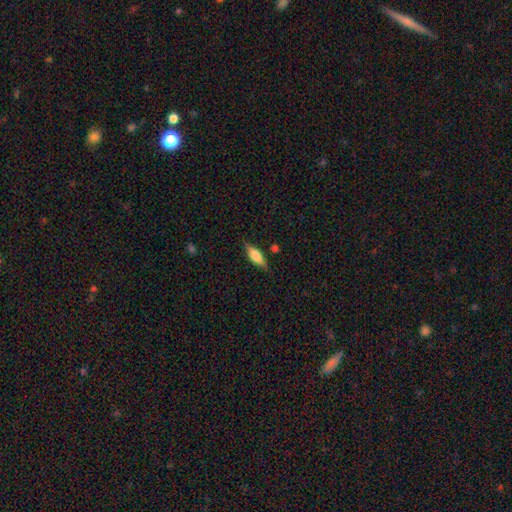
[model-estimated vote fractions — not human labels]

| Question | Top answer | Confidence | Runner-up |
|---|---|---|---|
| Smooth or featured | smooth | 60% | featured or disk (33%) |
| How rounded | in between | 61% | cigar-shaped (36%) |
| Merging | none | 80% | minor disturbance (15%) |